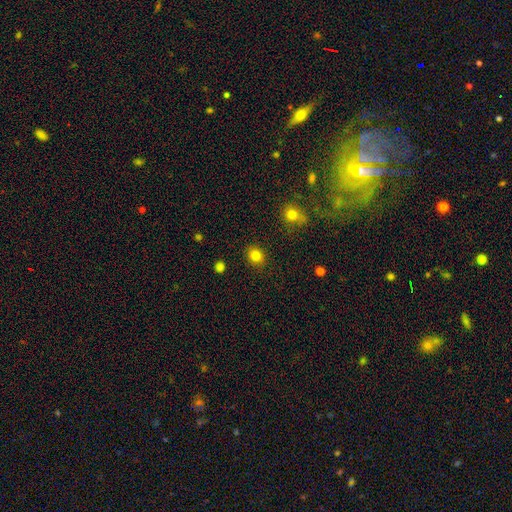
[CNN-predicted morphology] This is clearly a smooth galaxy (82%). How rounded: likely round (66%). Merging: clearly none (88%).